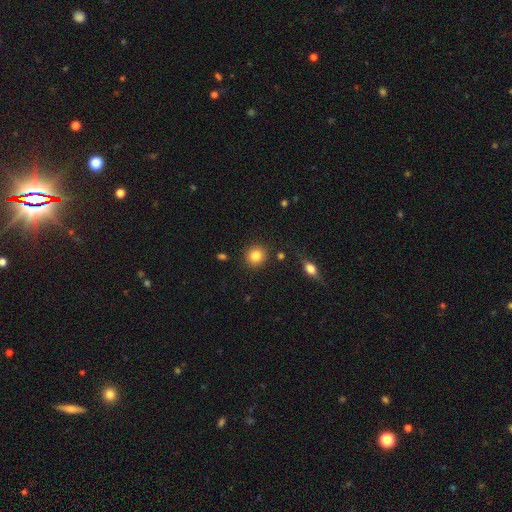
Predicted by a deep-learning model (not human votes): smooth-or-featured: smooth: 84% | star or artifact: 10% | featured or disk: 6%
  how-rounded: round: 88% | in between: 11% | cigar-shaped: 1%
  merging: none: 88% | minor disturbance: 7% | merger: 3% | major disturbance: 2%